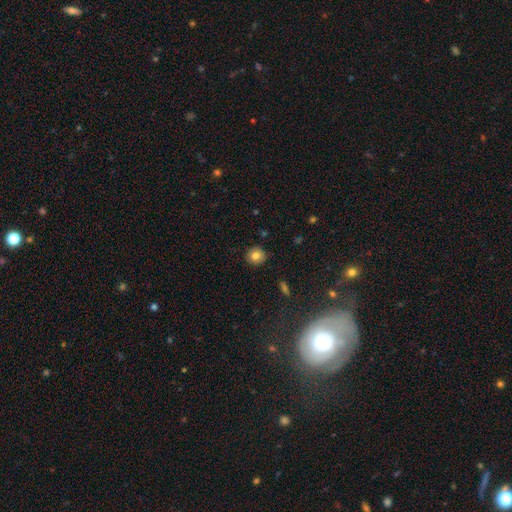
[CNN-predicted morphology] Smooth or featured?
  - smooth: 79% *
  - star or artifact: 10%
  - featured or disk: 10%
How rounded?
  - round: 89% *
  - in between: 10%
  - cigar-shaped: 1%
Merging?
  - none: 89% *
  - minor disturbance: 8%
  - major disturbance: 2%
  - merger: 1%